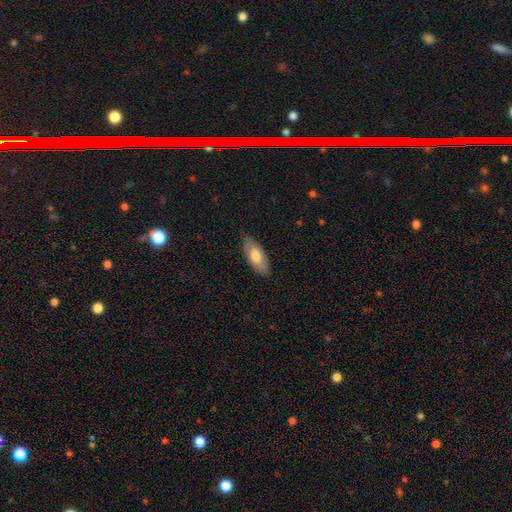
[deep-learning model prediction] smooth 69%, featured or disk 26%, star or artifact 6%. Down the decision tree: how rounded — in between (88%); merging — none (82%).